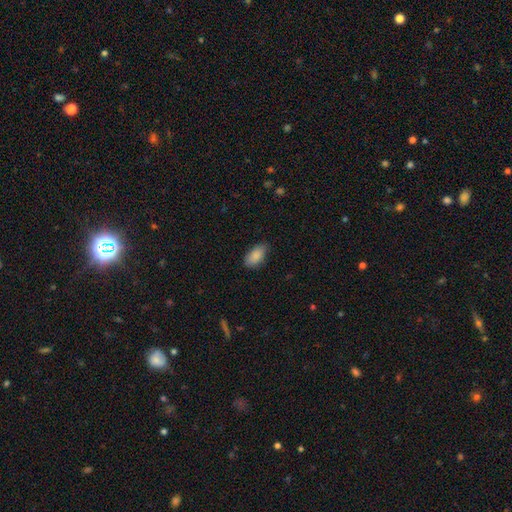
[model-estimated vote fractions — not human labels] Smooth or featured? Predicted: smooth (p=0.88). How rounded? Predicted: in between (p=0.93). Merging? Predicted: none (p=0.78).